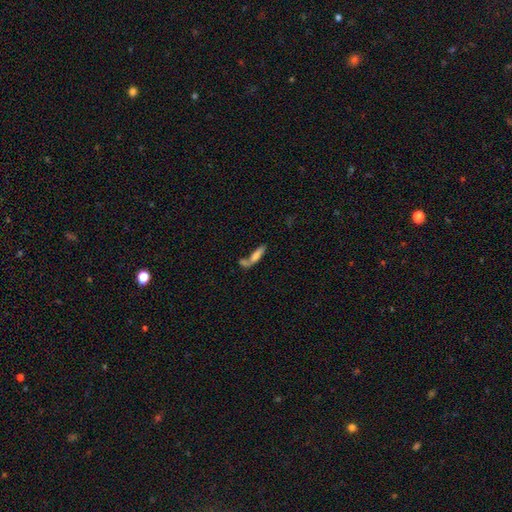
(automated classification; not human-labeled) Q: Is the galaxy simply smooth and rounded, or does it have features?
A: smooth — 65%.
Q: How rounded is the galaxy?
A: cigar-shaped — 66%.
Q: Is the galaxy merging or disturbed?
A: merger — 43%.